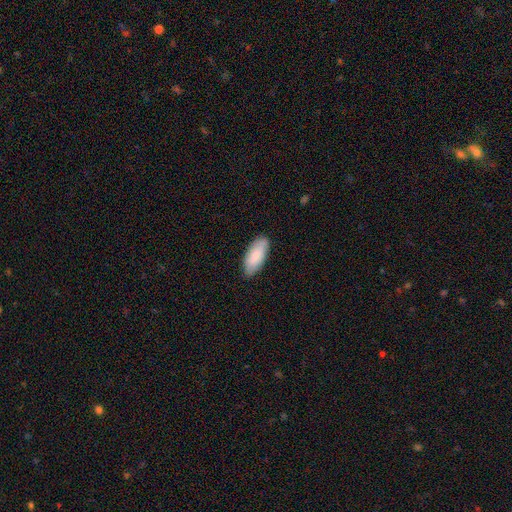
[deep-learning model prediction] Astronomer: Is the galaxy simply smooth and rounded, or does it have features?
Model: smooth — 86%.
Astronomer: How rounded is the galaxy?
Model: in between — 84%.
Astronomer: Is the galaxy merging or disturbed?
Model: none — 84%.